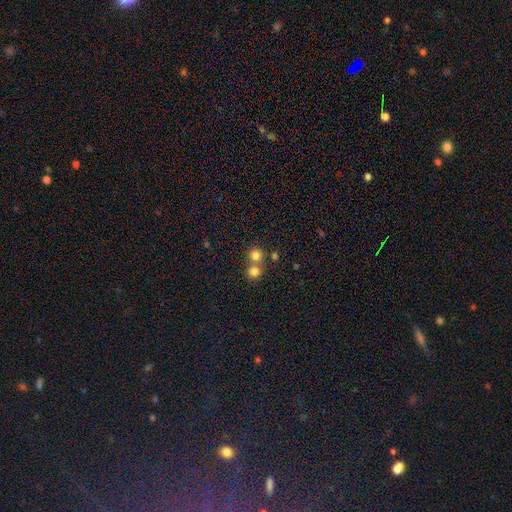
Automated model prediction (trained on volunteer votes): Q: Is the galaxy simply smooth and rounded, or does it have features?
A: smooth — 79%.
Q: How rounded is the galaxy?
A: round — 91%.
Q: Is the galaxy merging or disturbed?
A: none — 54%.